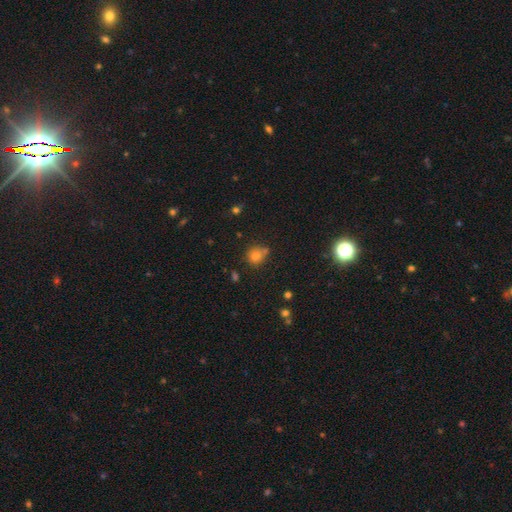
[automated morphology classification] The model was most divided on "merging": none: 63%, minor disturbance: 16%, merger: 16%, major disturbance: 5%. More confident: how rounded — round (81%); smooth or featured — smooth (73%).